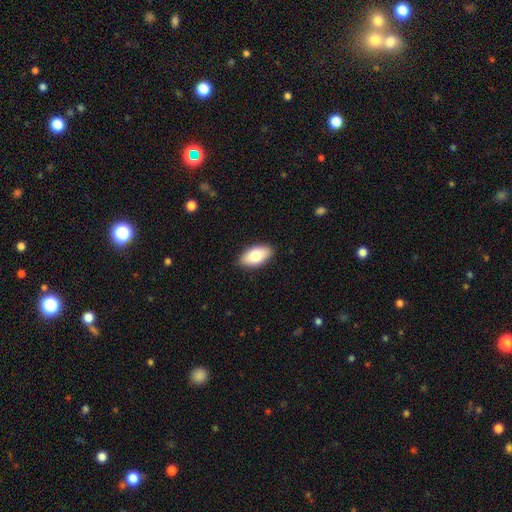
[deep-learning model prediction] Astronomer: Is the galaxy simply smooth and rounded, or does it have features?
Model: smooth — 80%.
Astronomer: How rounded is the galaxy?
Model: in between — 93%.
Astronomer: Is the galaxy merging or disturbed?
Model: none — 88%.